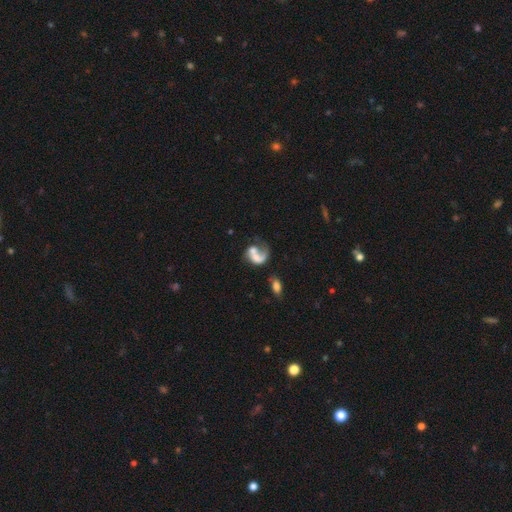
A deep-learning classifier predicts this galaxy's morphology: A featured or disk galaxy (53%) with no bar (79%), spiral arms (59%) and no central bulge (31%). Merging: merger (39%).